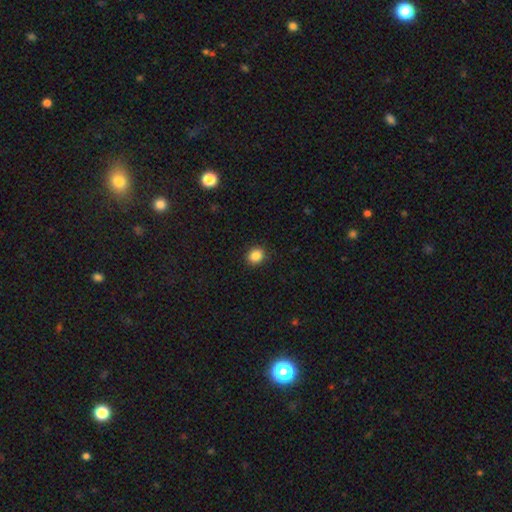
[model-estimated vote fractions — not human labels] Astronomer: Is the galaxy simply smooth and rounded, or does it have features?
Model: smooth — 86%.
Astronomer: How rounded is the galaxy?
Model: round — 72%.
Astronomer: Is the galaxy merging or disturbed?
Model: none — 90%.